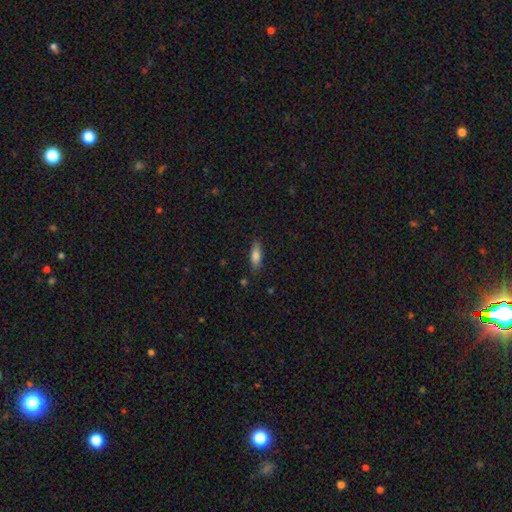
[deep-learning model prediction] Morphology: type=smooth (78%); roundness=in between (59%); merging=none (84%).